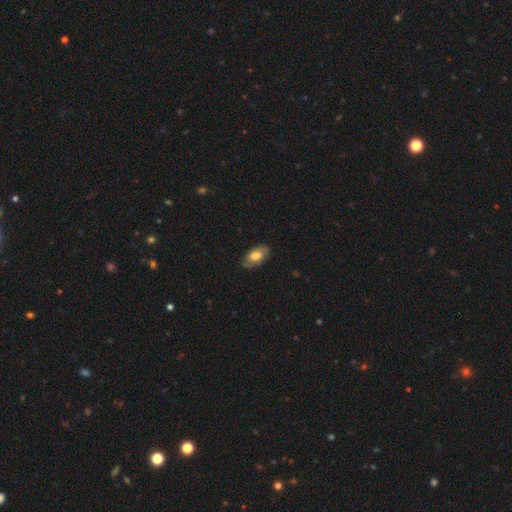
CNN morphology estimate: A smooth galaxy with no disk features (73%) that is in between round and cigar-shaped (93%). Merging: none (76%).